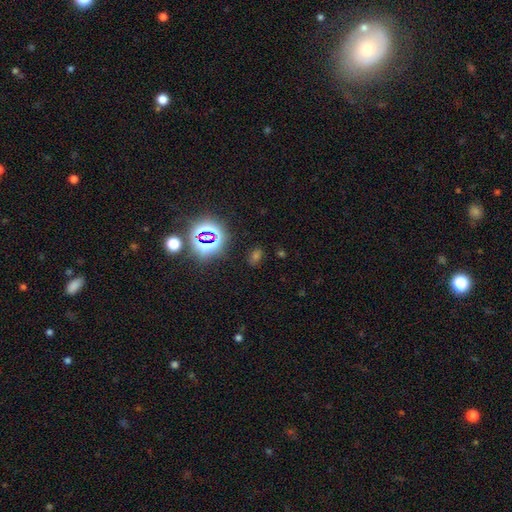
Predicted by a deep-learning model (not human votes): star or artifact 55%, smooth 36%, featured or disk 9%.